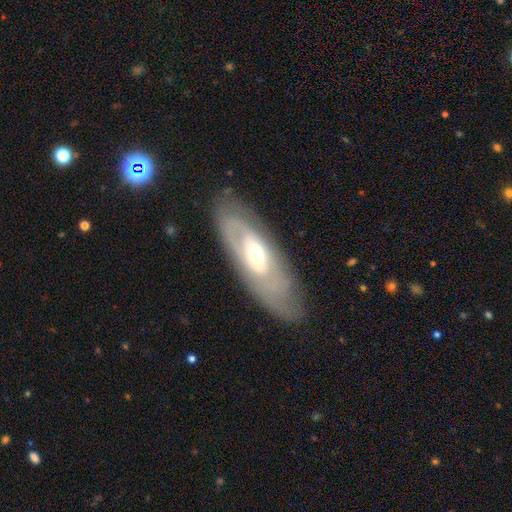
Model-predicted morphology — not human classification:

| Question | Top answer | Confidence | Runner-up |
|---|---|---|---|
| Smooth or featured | featured or disk | 65% | smooth (29%) |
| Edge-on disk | no | 80% | yes (20%) |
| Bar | no | 72% | weak (20%) |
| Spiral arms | no | 63% | yes (37%) |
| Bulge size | moderate | 65% | small (24%) |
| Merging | none | 78% | minor disturbance (14%) |